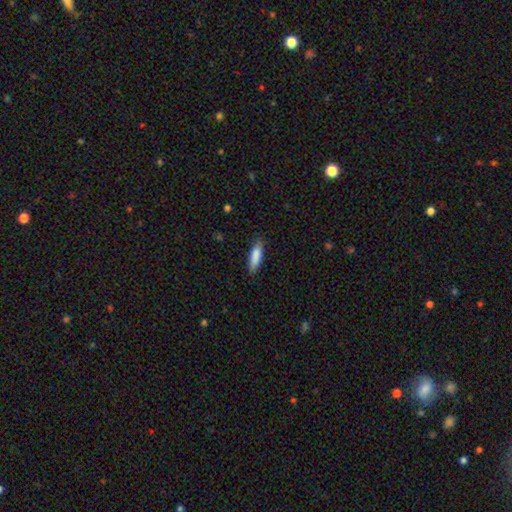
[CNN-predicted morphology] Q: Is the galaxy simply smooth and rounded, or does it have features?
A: smooth — 86%.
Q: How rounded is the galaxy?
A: cigar-shaped — 56%.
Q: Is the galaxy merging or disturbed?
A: none — 83%.